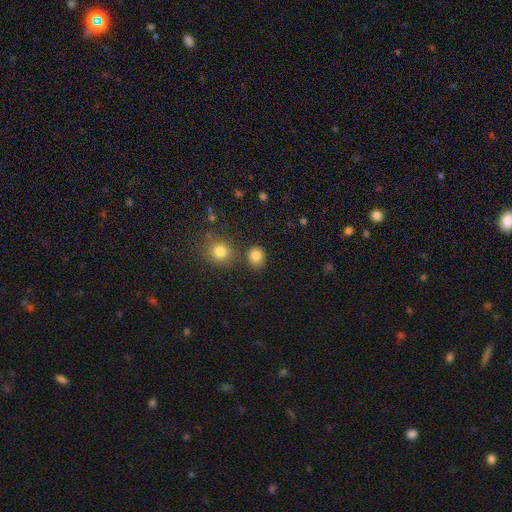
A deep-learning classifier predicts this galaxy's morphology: This appears to be a smooth galaxy with no disk features (83%) that is round (76%). Merging: none (79%).